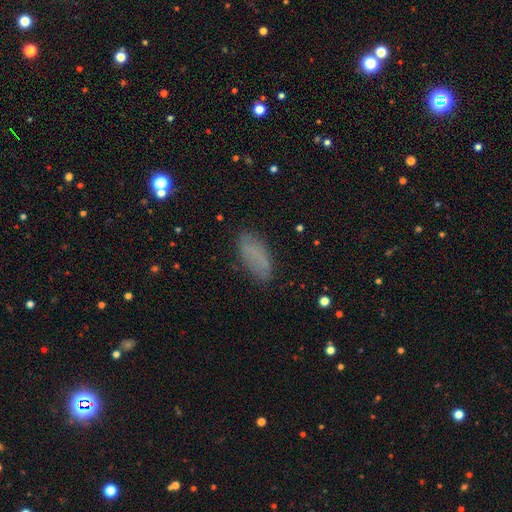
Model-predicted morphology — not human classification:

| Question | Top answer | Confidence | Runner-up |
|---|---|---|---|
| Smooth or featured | smooth | 75% | featured or disk (13%) |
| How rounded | in between | 82% | cigar-shaped (15%) |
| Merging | none | 77% | minor disturbance (16%) |